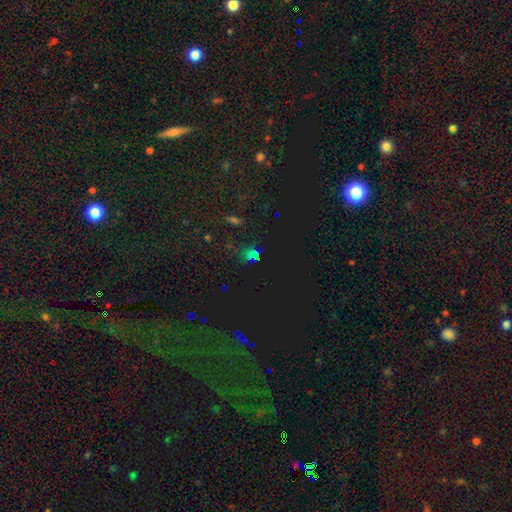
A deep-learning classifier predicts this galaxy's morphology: type=star or artifact (71%).